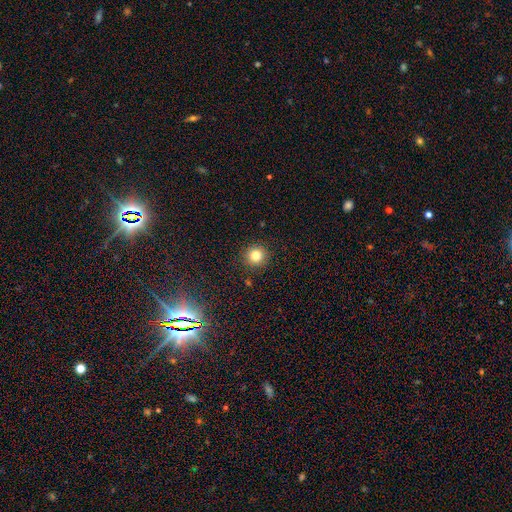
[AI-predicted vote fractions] Smooth or featured? Predicted: smooth (p=0.81). How rounded? Predicted: round (p=0.94). Merging? Predicted: none (p=0.91).